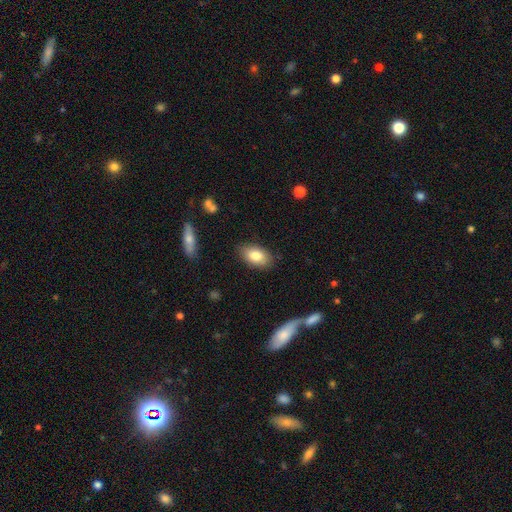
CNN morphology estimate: Smooth or featured: smooth — 82% (featured or disk — 11%)
How rounded: in between — 92% (round — 6%)
Merging: none — 85% (minor disturbance — 11%)